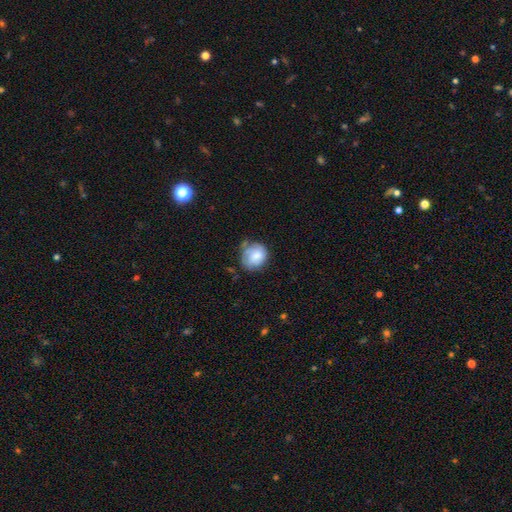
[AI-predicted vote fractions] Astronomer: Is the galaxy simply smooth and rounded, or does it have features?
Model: smooth — 72%.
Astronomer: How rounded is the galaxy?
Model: round — 73%.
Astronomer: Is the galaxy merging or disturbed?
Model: none — 50% (runner-up: minor disturbance, 33%).